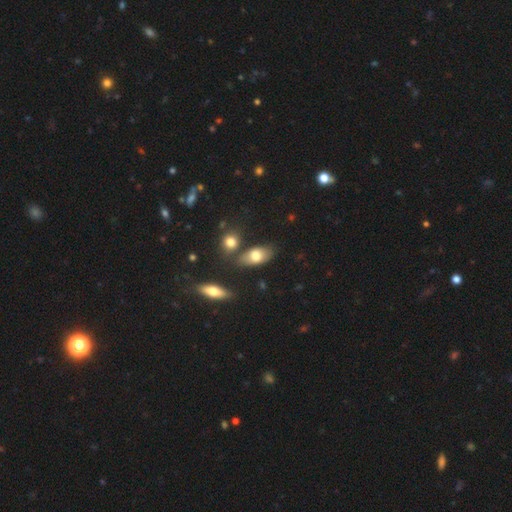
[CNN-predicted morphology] This appears to be a smooth galaxy with no disk features (74%) that is in between round and cigar-shaped (88%). Merging: none (67%).